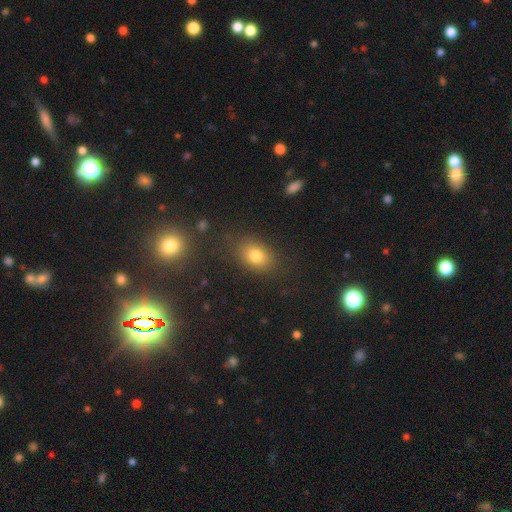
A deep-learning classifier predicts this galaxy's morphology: The model was most divided on "how rounded": in between: 71%, round: 27%, cigar-shaped: 2%. More confident: merging — none (81%); smooth or featured — smooth (77%).